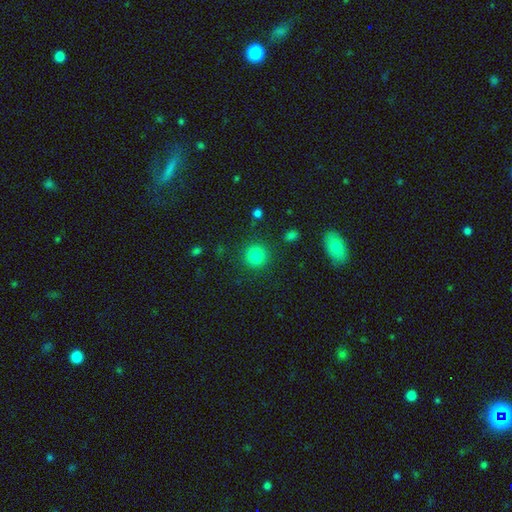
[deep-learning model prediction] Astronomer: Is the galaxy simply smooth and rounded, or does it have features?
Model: smooth — 83%.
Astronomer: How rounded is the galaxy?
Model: round — 94%.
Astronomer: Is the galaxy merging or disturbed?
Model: none — 89%.